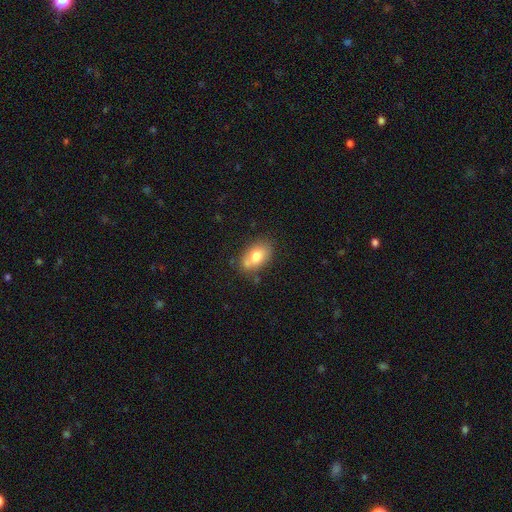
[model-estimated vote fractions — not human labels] Morphology: type=smooth (74%); roundness=in between (82%); merging=none (60%).